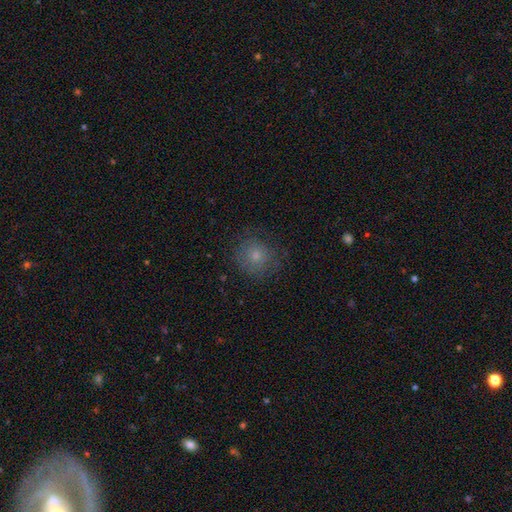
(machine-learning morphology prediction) This appears to be a smooth galaxy with no disk features (74%) that is round (88%). Merging: none (76%).